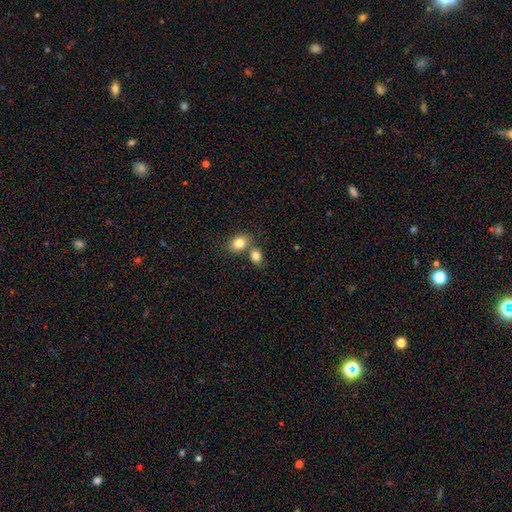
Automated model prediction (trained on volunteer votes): Smooth or featured?
  - smooth: 82% *
  - star or artifact: 9%
  - featured or disk: 8%
How rounded?
  - in between: 60% *
  - round: 39%
  - cigar-shaped: 1%
Merging?
  - none: 47% *
  - merger: 40%
  - minor disturbance: 10%
  - major disturbance: 3%